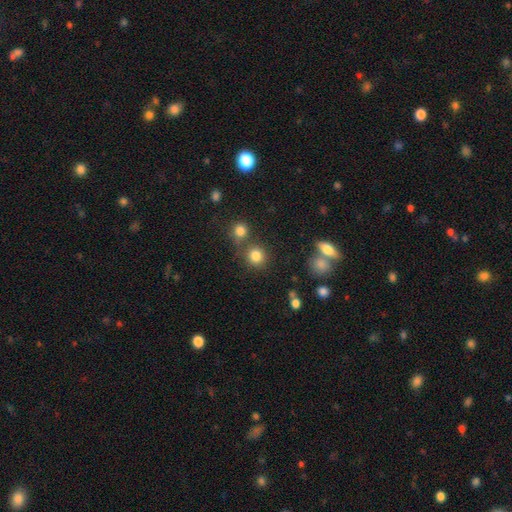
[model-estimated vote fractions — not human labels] A smooth galaxy with no disk features (82%) that is round (88%).

Vote fractions:
- Smooth or featured? smooth: 82% / star or artifact: 12% / featured or disk: 6%
- How rounded? round: 88% / in between: 11% / cigar-shaped: 1%
- Merging? none: 69% / merger: 18% / minor disturbance: 9% / major disturbance: 4%